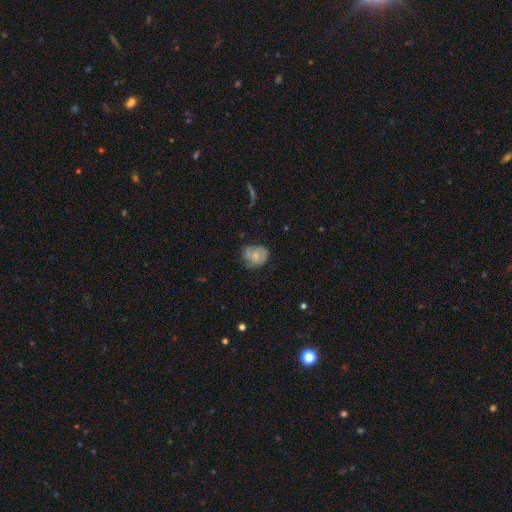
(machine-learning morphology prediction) This appears to be a smooth galaxy with no disk features (52%) that is round (56%). Merging: none (52%).